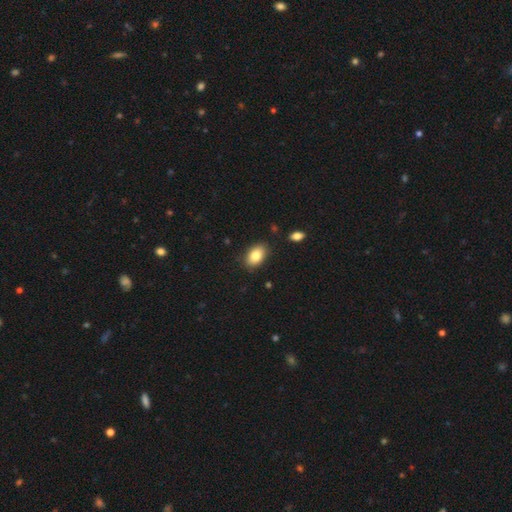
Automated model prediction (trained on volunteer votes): Q: Smooth or featured?
A: smooth (83%); runner-up: featured or disk (9%)
Q: How rounded?
A: in between (87%); runner-up: round (11%)
Q: Merging?
A: none (86%); runner-up: minor disturbance (10%)